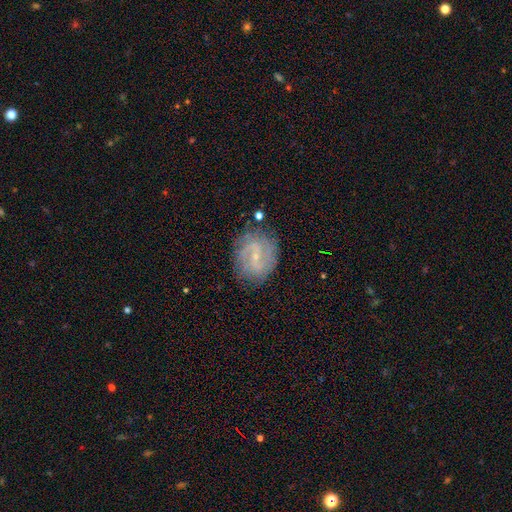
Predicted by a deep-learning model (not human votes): featured or disk 79%, smooth 13%, star or artifact 8%. Down the decision tree: edge-on disk — no (97%); bar — weak (53%); spiral arms — yes (92%); spiral arm count — 2 (56%); spiral winding — medium (44%); bulge size — small (80%); merging — none (77%).